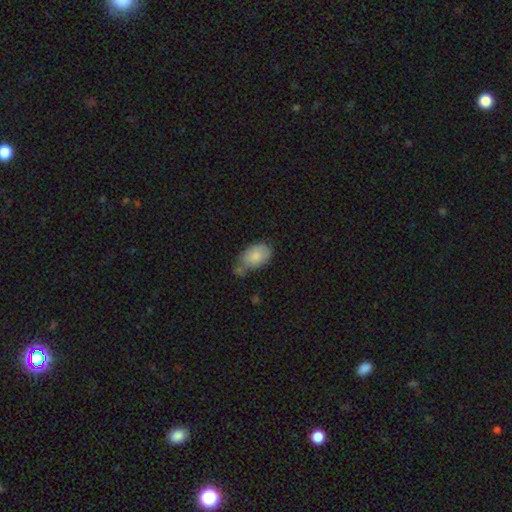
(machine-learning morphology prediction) Overall: smooth (82%). How rounded: in between (90%). Merging: none (42%; minor disturbance 35%).